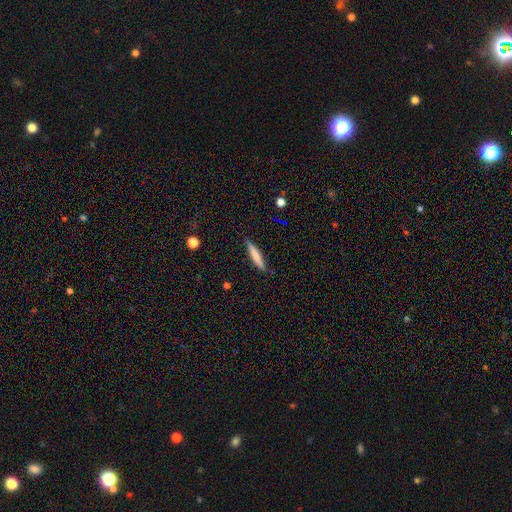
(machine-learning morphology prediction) Smooth or featured? smooth (71%)
How rounded? cigar-shaped (91%)
Merging? none (88%)